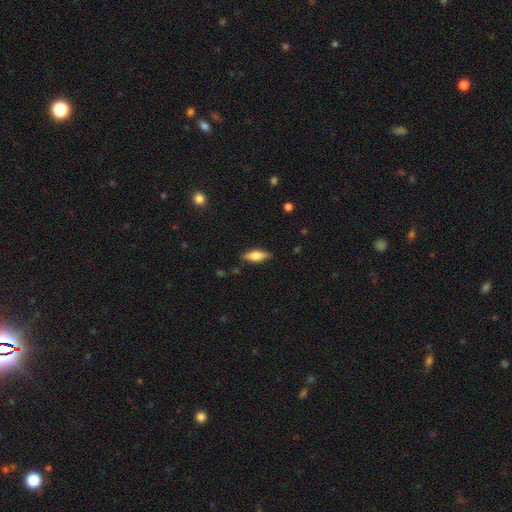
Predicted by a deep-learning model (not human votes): Q: Smooth or featured?
A: smooth (50%); runner-up: featured or disk (44%)
Q: Merging?
A: none (87%); runner-up: minor disturbance (10%)